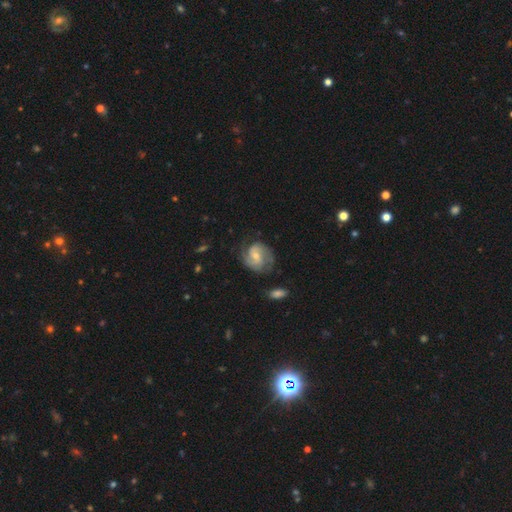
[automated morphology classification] Smooth or featured: featured or disk — 79% (smooth — 16%)
Edge-on disk: no — 98% (yes — 2%)
Bar: weak — 51% (no — 37%)
Spiral arms: yes — 95% (no — 5%)
Spiral winding: medium — 47% (tight — 35%)
Spiral arm count: 2 — 77% (can't tell — 10%)
Bulge size: small — 51% (moderate — 42%)
Merging: none — 69% (minor disturbance — 20%)